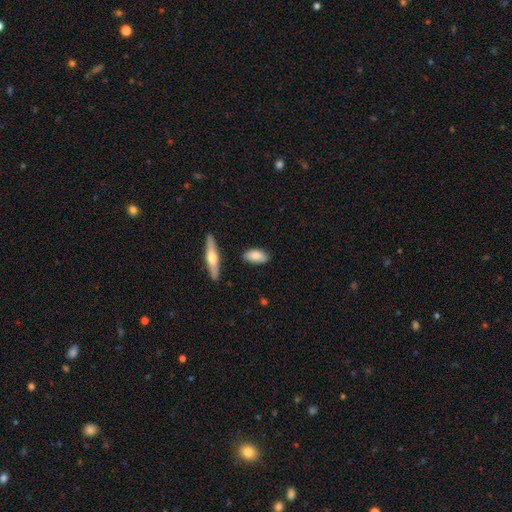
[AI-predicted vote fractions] Morphology: type=smooth (80%); roundness=in between (86%); merging=none (83%).